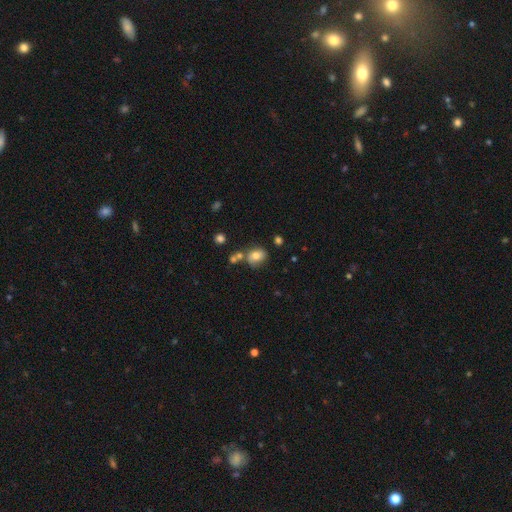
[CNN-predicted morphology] A smooth galaxy with no disk features (72%) that is round (52%).

Vote fractions:
- Smooth or featured? smooth: 72% / featured or disk: 16% / star or artifact: 12%
- How rounded? round: 52% / in between: 47% / cigar-shaped: 1%
- Merging? none: 54% / minor disturbance: 20% / merger: 18% / major disturbance: 8%